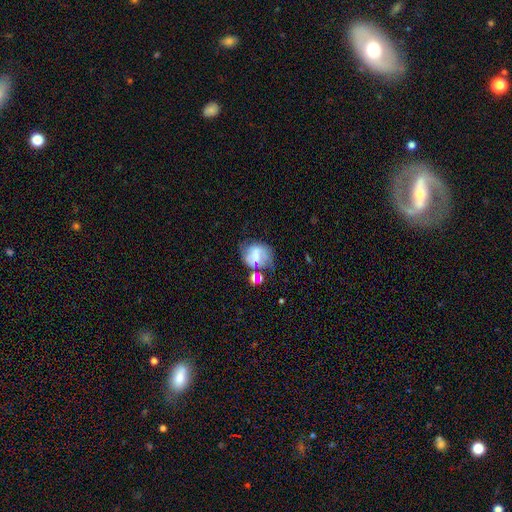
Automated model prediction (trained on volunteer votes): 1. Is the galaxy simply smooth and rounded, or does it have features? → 49% featured or disk, 40% smooth, 11% star or artifact.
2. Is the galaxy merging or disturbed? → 41% none, 24% minor disturbance, 18% merger, 17% major disturbance.